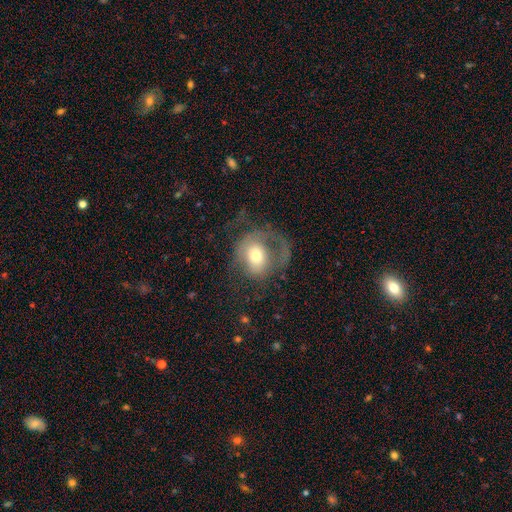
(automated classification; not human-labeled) The model was most divided on "smooth or featured": smooth: 47%, featured or disk: 45%, star or artifact: 9%. Remaining: merging — major disturbance (46%).